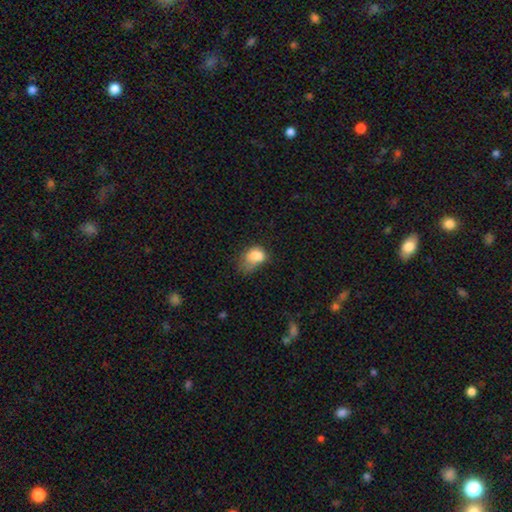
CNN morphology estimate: Smooth or featured? smooth (74%)
How rounded? in between (72%)
Merging? major disturbance (33%)